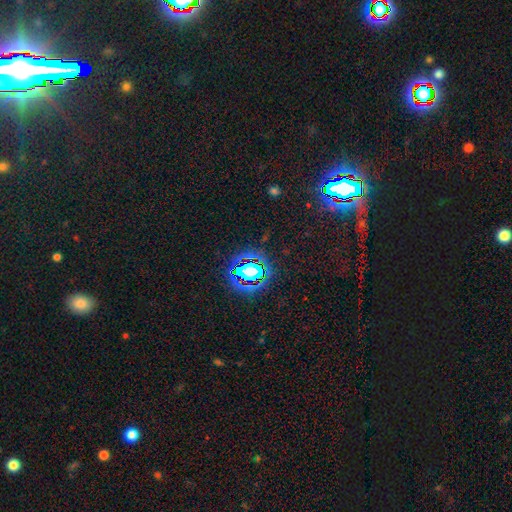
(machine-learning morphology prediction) smooth_or_featured: star or artifact (p=0.82) [alt: smooth p=0.10]